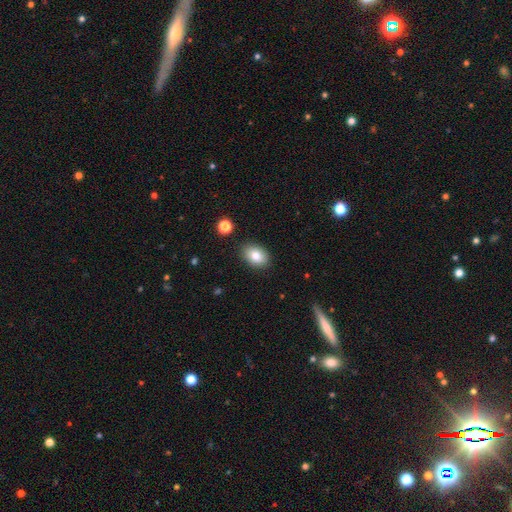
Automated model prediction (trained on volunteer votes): Smooth or featured: smooth — 83% (featured or disk — 9%)
How rounded: in between — 83% (round — 16%)
Merging: none — 87% (minor disturbance — 9%)